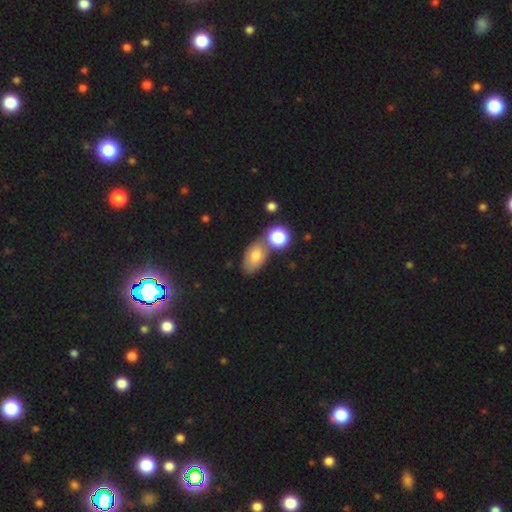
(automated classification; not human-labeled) A smooth galaxy with no disk features (69%) that is in between round and cigar-shaped (87%).

Vote fractions:
- Smooth or featured? smooth: 69% / featured or disk: 20% / star or artifact: 11%
- How rounded? in between: 87% / round: 11% / cigar-shaped: 2%
- Merging? none: 55% / merger: 24% / minor disturbance: 16% / major disturbance: 5%